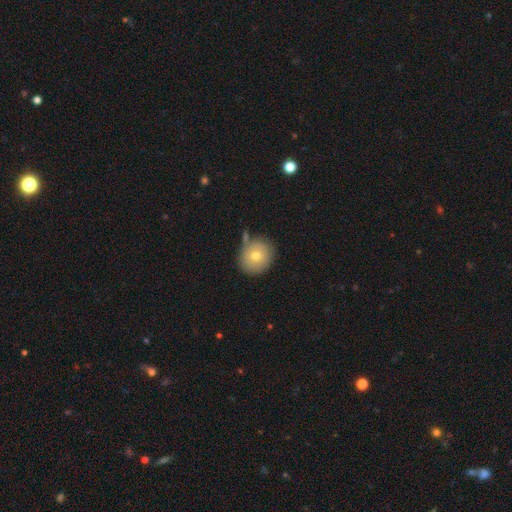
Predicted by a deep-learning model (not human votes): Smooth or featured: smooth — 70% (featured or disk — 20%)
How rounded: round — 87% (in between — 12%)
Merging: none — 74% (minor disturbance — 15%)